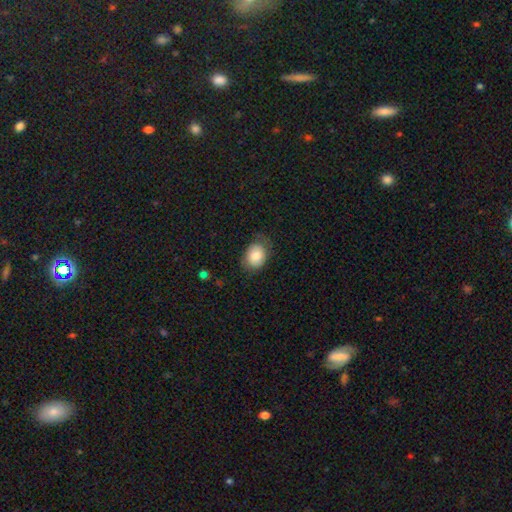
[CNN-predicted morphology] Overall: smooth (81%). How rounded: in between (61%; round 38%). Merging: none (67%).